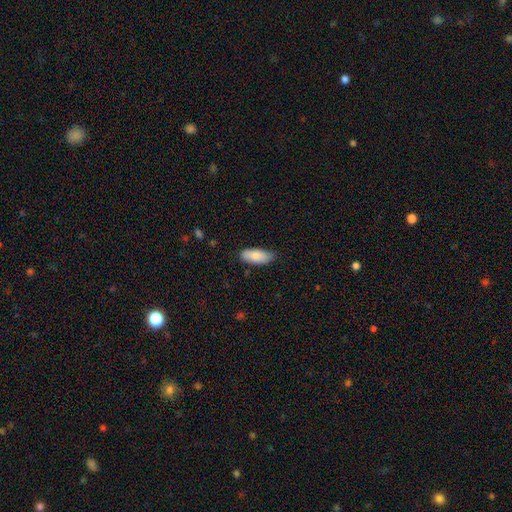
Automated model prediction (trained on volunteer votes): This is clearly a smooth galaxy (84%). How rounded: clearly in between (83%). Merging: likely none (76%).